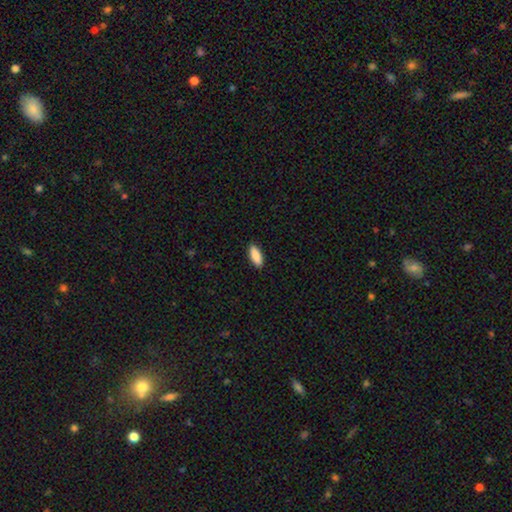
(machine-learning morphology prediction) Smooth or featured? smooth (90%)
How rounded? in between (74%)
Merging? none (90%)